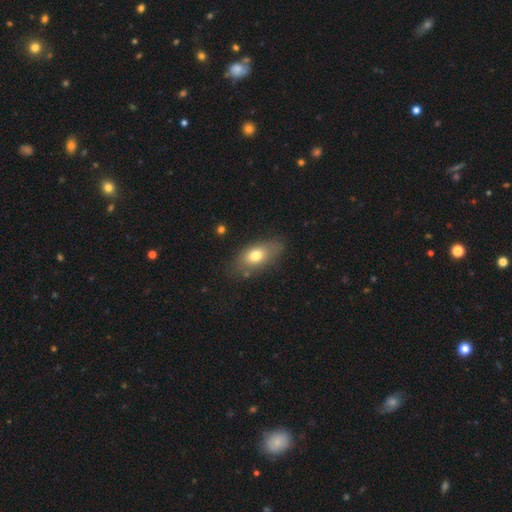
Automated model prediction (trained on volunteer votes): Smooth or featured? Predicted: smooth (p=0.71). How rounded? Predicted: in between (p=0.87). Merging? Predicted: none (p=0.75).